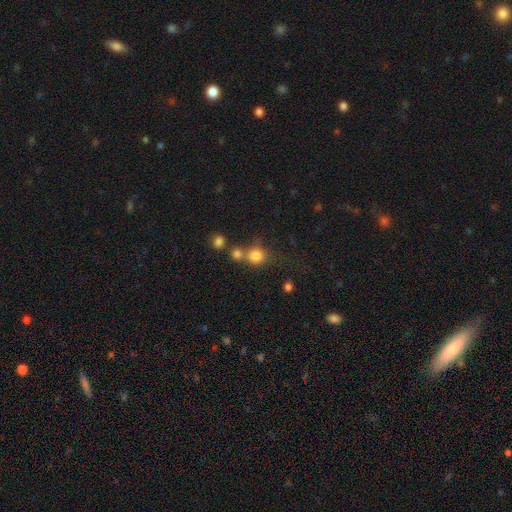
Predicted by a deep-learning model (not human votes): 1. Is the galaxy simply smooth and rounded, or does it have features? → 79% smooth, 13% star or artifact, 8% featured or disk.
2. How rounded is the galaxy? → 87% round, 12% in between, 1% cigar-shaped.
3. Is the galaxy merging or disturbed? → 54% none, 32% merger, 10% minor disturbance, 5% major disturbance.